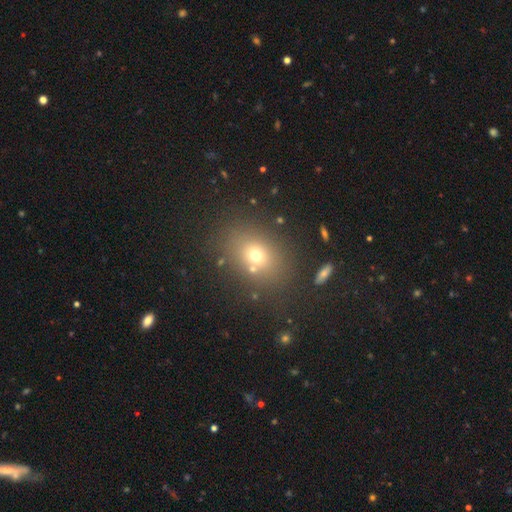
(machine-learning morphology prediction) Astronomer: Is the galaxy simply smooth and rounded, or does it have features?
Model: smooth — 66%.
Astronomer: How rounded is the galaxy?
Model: in between — 54% (runner-up: round, 45%).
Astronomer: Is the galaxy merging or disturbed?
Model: none — 78%.